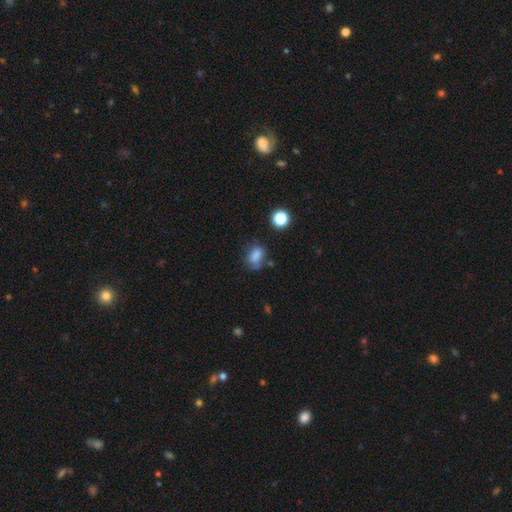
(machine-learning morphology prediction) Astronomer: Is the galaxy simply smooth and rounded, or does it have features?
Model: smooth — 79%.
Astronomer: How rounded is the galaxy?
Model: in between — 75%.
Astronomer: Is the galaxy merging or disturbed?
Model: none — 57%.